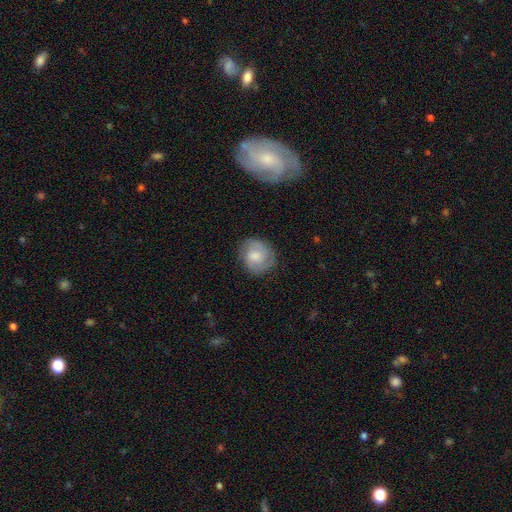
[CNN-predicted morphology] The model was most divided on "smooth or featured": smooth: 49%, featured or disk: 43%, star or artifact: 7%. More confident: merging — none (79%).